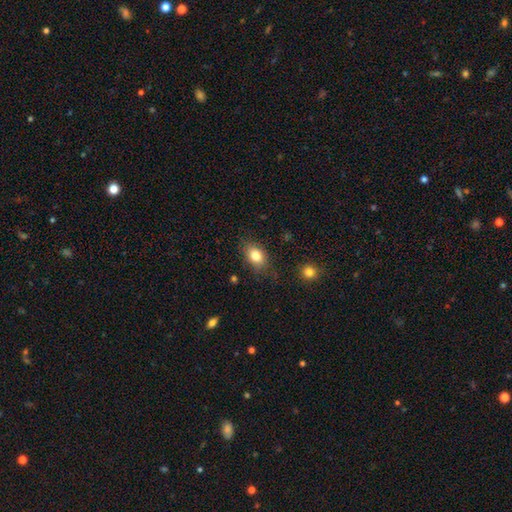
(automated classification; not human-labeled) A smooth galaxy with no disk features (82%) that is in between round and cigar-shaped (76%). Merging: none (78%).